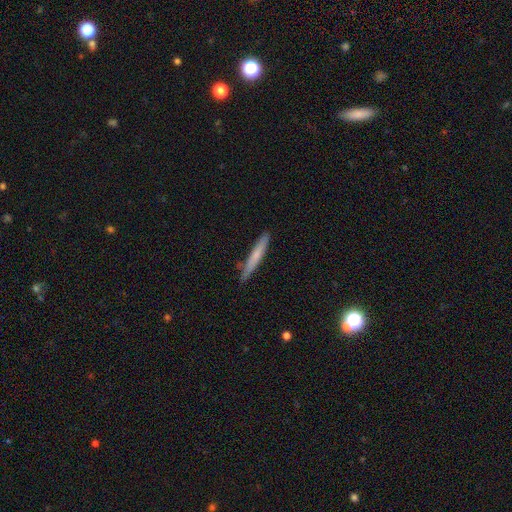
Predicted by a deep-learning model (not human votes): Smooth or featured? smooth (63%)
How rounded? cigar-shaped (95%)
Merging? none (87%)